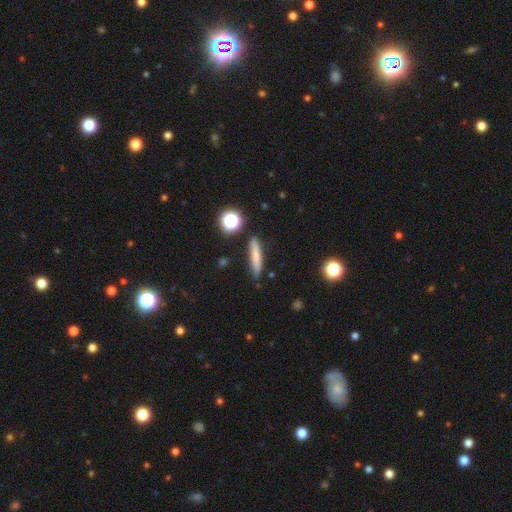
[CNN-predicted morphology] smooth-or-featured: smooth: 74% | featured or disk: 16% | star or artifact: 9%
  how-rounded: cigar-shaped: 89% | in between: 8% | round: 3%
  merging: none: 86% | minor disturbance: 10% | merger: 3% | major disturbance: 2%